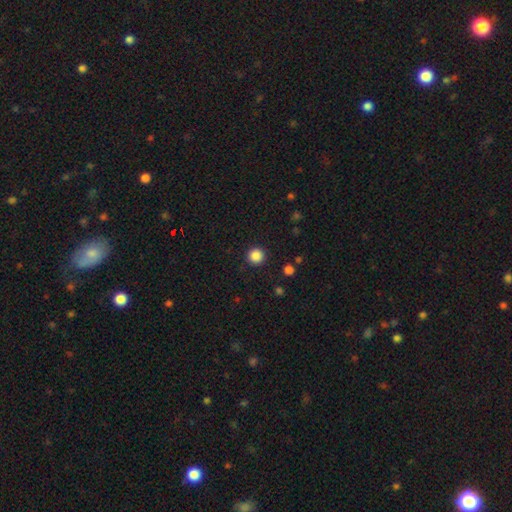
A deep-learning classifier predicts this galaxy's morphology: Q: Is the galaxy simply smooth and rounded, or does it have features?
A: smooth — 86%.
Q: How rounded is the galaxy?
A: round — 96%.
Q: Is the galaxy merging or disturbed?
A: none — 92%.